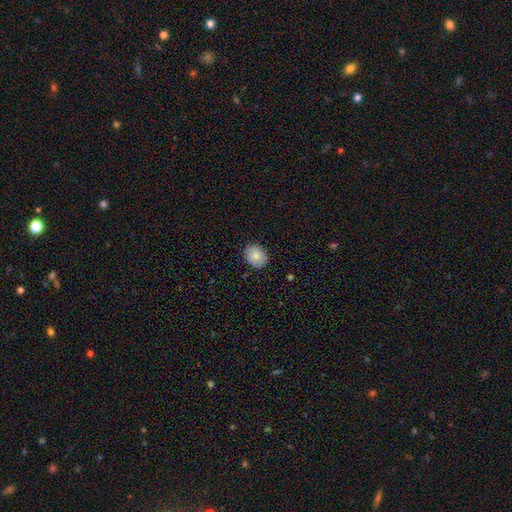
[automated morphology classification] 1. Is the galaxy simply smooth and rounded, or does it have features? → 84% smooth, 9% featured or disk, 7% star or artifact.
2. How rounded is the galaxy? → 51% round, 48% in between, 1% cigar-shaped.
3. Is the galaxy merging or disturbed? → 88% none, 9% minor disturbance, 2% major disturbance, 1% merger.